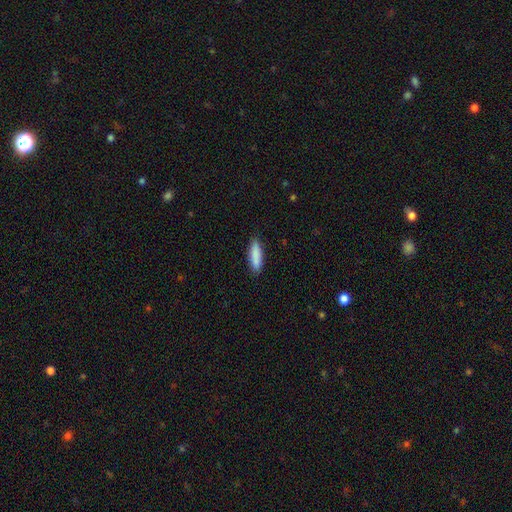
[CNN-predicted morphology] smooth-or-featured: smooth: 88% | featured or disk: 6% | star or artifact: 6%
  how-rounded: cigar-shaped: 61% | in between: 37% | round: 1%
  merging: none: 88% | minor disturbance: 9% | major disturbance: 2% | merger: 1%